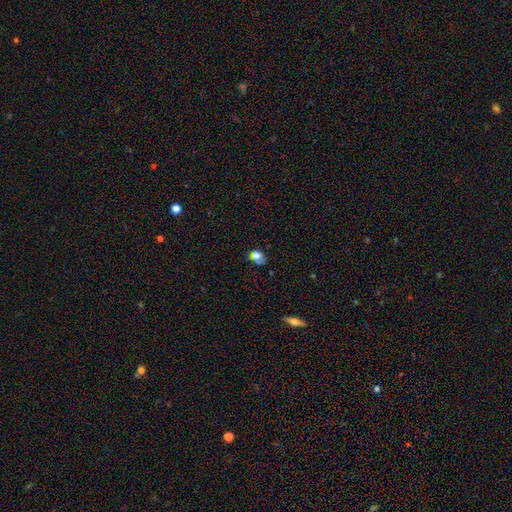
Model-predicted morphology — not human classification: This is possibly a smooth galaxy (57%). How rounded: possibly round (49%). Merging: likely none (73%).